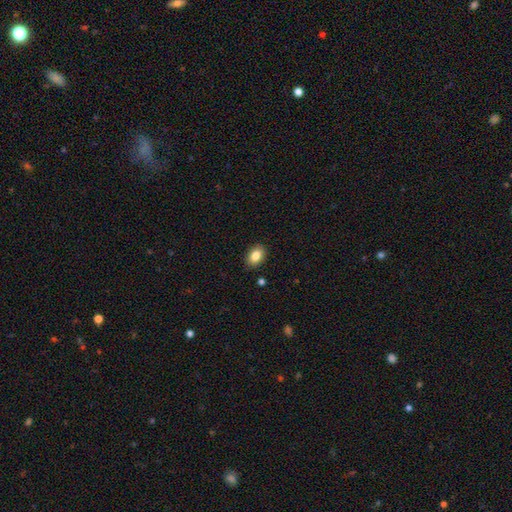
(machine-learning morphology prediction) The model was most divided on "how rounded": in between: 83%, round: 16%, cigar-shaped: 1%. More confident: merging — none (88%); smooth or featured — smooth (85%).